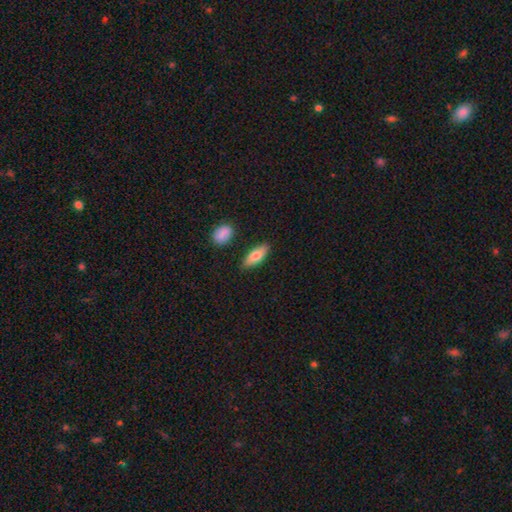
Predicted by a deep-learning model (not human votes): Morphology: type=smooth (74%); roundness=in between (73%); merging=none (83%).